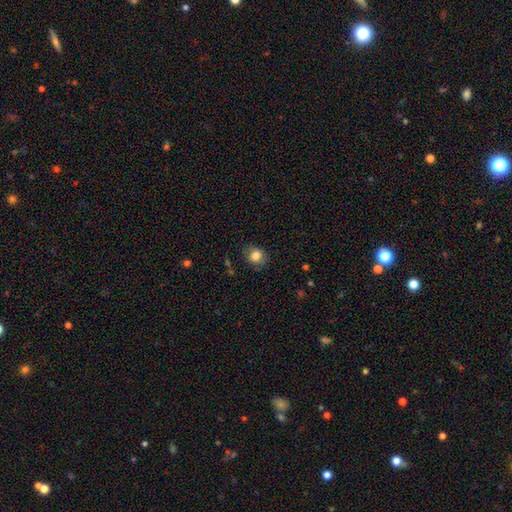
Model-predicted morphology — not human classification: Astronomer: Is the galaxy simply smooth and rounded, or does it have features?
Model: smooth — 82%.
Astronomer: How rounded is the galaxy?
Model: round — 65%.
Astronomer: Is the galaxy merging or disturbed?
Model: none — 77%.